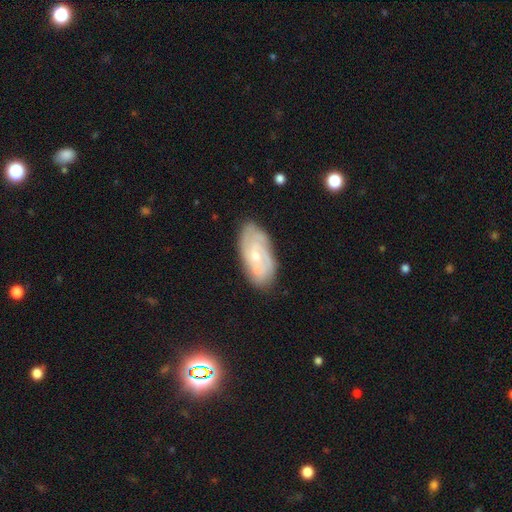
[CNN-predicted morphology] Smooth or featured: featured or disk — 69% (smooth — 24%)
Edge-on disk: no — 94% (yes — 6%)
Bar: no — 64% (weak — 31%)
Spiral arms: yes — 84% (no — 16%)
Spiral winding: tight — 57% (medium — 33%)
Spiral arm count: can't tell — 41% (2 — 31%)
Bulge size: small — 61% (moderate — 34%)
Merging: none — 69% (minor disturbance — 19%)